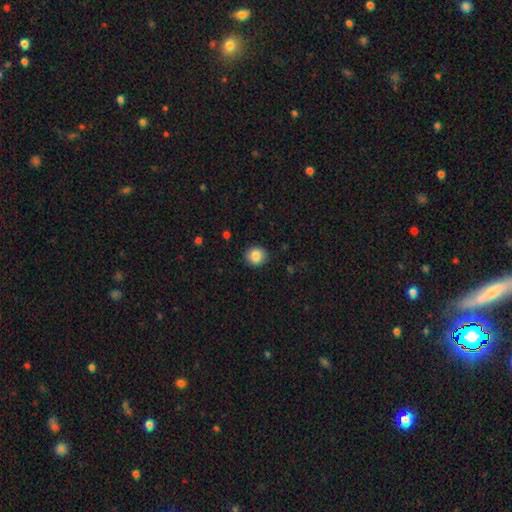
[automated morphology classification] This appears to be a smooth galaxy with no disk features (85%) that is round (86%). Merging: none (90%).